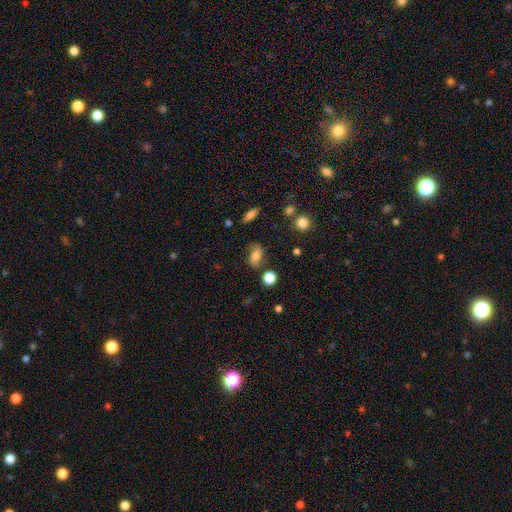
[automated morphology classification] A smooth galaxy with no disk features (64%) that is in between round and cigar-shaped (79%).

Vote fractions:
- Smooth or featured? smooth: 64% / featured or disk: 25% / star or artifact: 11%
- How rounded? in between: 79% / round: 17% / cigar-shaped: 5%
- Merging? none: 67% / minor disturbance: 21% / major disturbance: 8% / merger: 4%